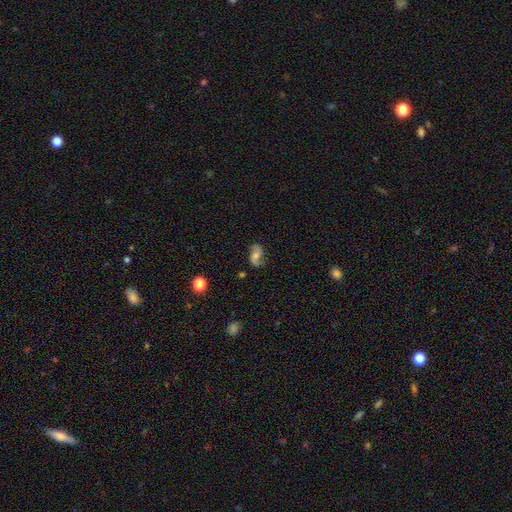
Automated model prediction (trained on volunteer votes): Overall: featured or disk (58%; smooth 32%). Edge-on disk: no (96%). Bar: no (58%; weak 31%). Spiral arms: yes (88%). Bulge size: moderate (56%; small 32%). Merging: none (74%).